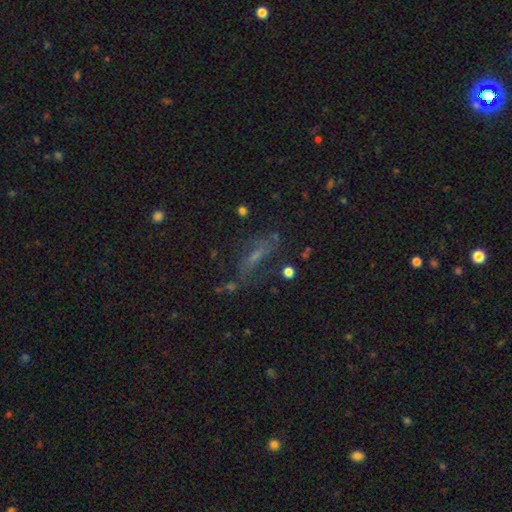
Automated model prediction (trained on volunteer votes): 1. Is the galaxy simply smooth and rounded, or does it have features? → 40% featured or disk, 36% smooth, 24% star or artifact.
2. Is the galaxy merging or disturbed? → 55% none, 20% minor disturbance, 18% major disturbance, 7% merger.